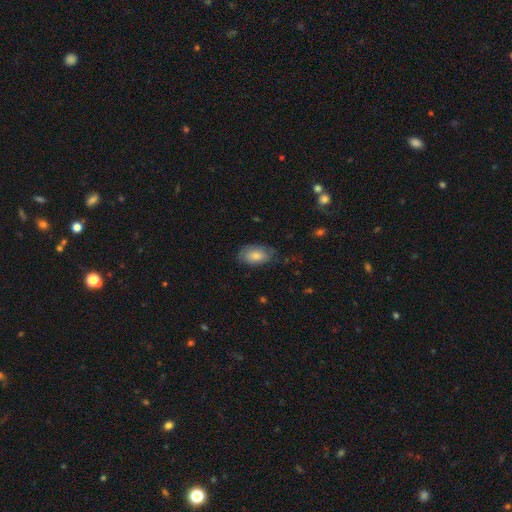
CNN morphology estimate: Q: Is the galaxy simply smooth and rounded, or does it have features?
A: smooth — 77%.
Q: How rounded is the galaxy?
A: in between — 93%.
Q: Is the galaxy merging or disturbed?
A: none — 70%.